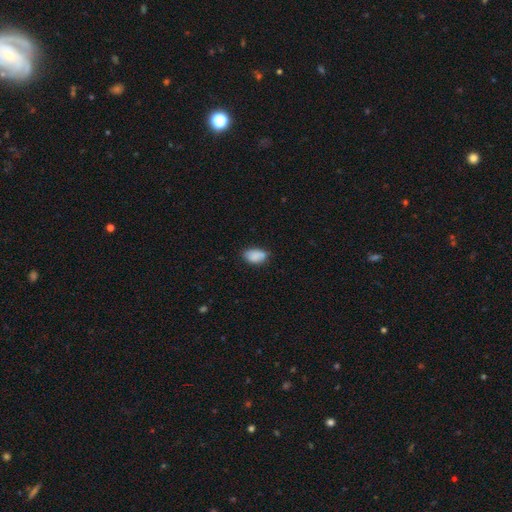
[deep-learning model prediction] smooth-or-featured: smooth: 86% | star or artifact: 8% | featured or disk: 6%
  how-rounded: in between: 90% | round: 9% | cigar-shaped: 2%
  merging: none: 69% | minor disturbance: 24% | major disturbance: 4% | merger: 3%